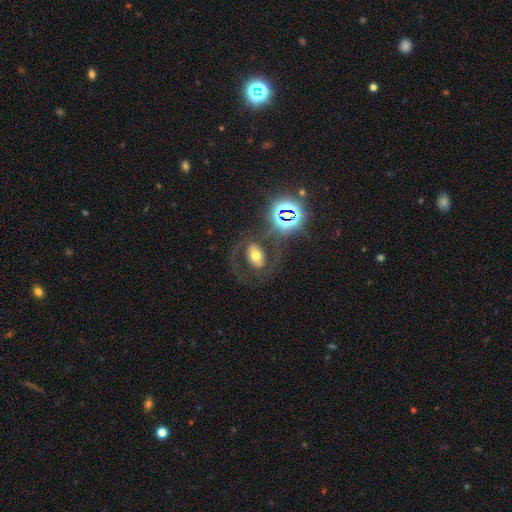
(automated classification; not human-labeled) featured or disk 47%, smooth 33%, star or artifact 20%. Down the decision tree: merging — none (66%).